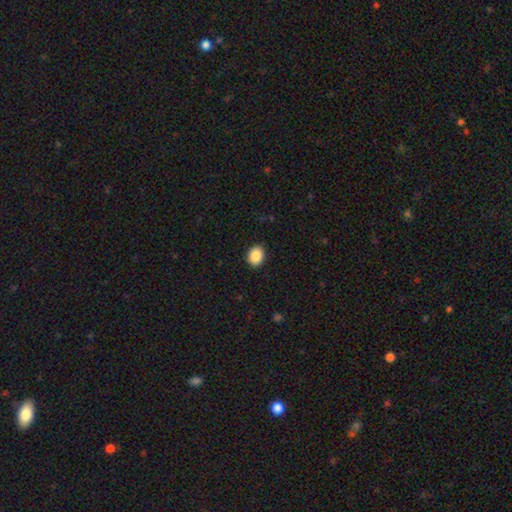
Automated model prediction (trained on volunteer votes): smooth 88%, star or artifact 8%, featured or disk 4%. Down the decision tree: how rounded — in between (57%); merging — none (91%).